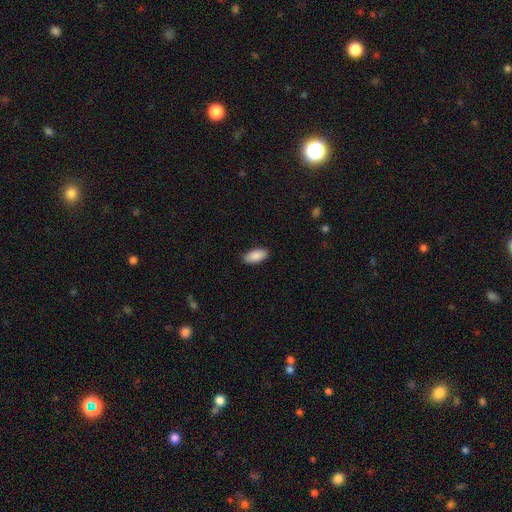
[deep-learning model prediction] Smooth or featured? smooth (89%)
How rounded? in between (91%)
Merging? none (89%)